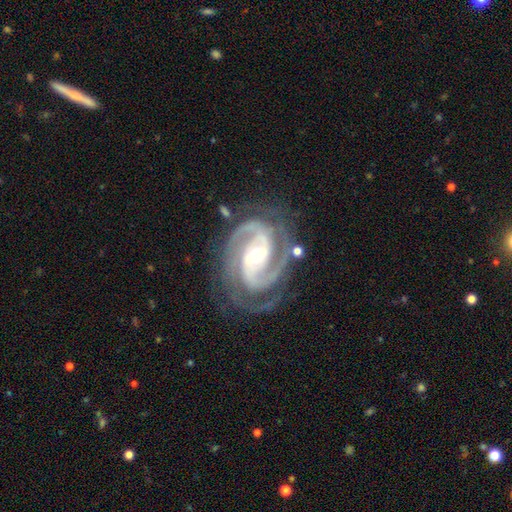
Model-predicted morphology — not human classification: type=featured or disk (94%); edge-on=no (98%); bar=strong (50%); spiral arms=yes (99%); winding=tight (52%); arm count=2 (75%); bulge=moderate (50%); merging=none (75%).